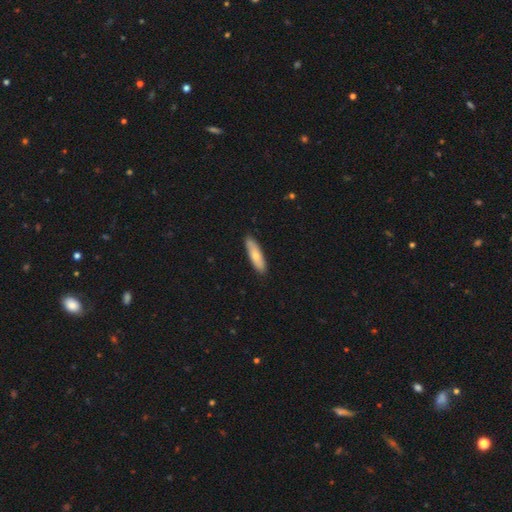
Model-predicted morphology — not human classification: Smooth or featured? Predicted: smooth (p=0.69). How rounded? Predicted: cigar-shaped (p=0.64). Merging? Predicted: none (p=0.88).